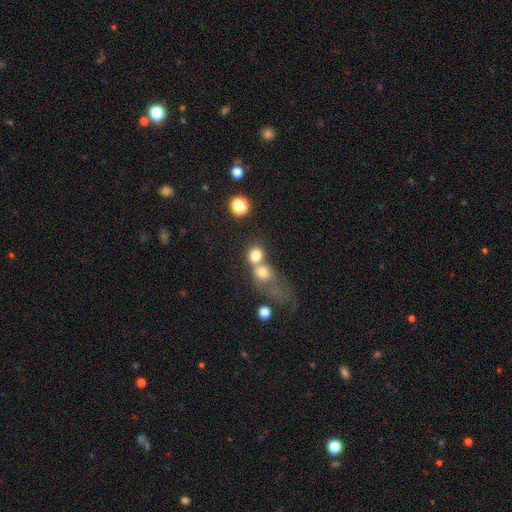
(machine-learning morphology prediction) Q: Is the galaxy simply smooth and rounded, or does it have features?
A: smooth — 73%.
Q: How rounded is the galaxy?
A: round — 77%.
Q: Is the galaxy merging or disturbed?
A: merger — 57%.